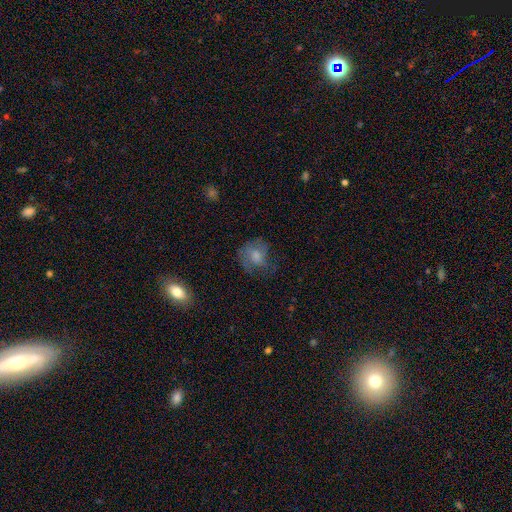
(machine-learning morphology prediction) type=smooth (59%); roundness=round (65%); merging=none (47%).